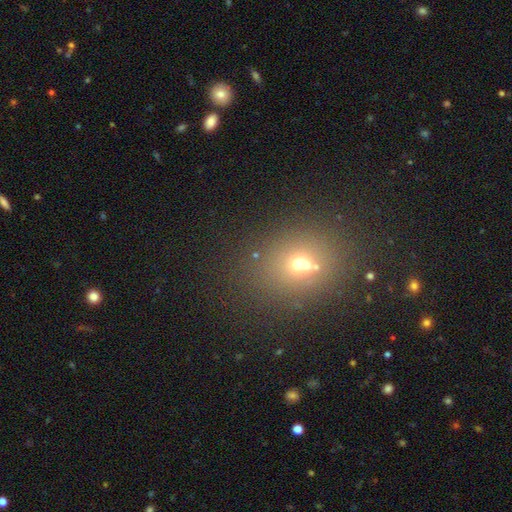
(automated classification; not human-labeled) Morphology: type=smooth (53%); roundness=round (58%); merging=none (57%).